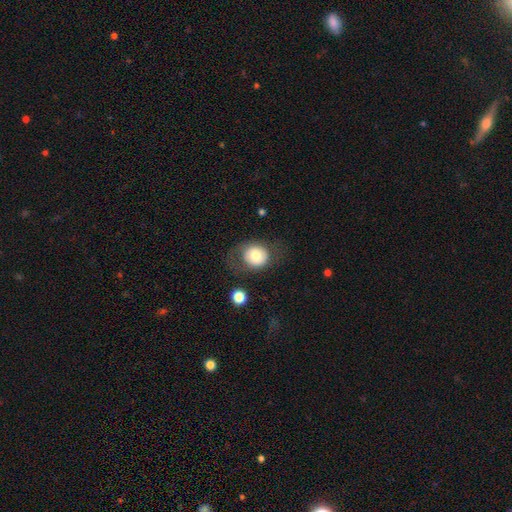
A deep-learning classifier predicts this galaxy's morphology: Smooth or featured? smooth (69%)
How rounded? round (71%)
Merging? none (64%)